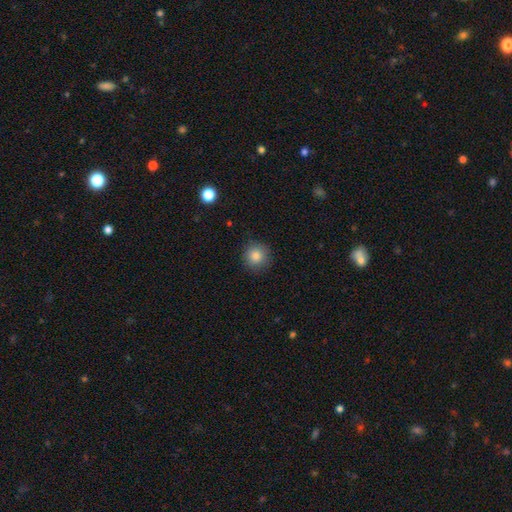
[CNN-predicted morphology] Smooth or featured?
  - smooth: 85% *
  - star or artifact: 10%
  - featured or disk: 5%
How rounded?
  - round: 93% *
  - in between: 6%
  - cigar-shaped: 1%
Merging?
  - none: 88% *
  - minor disturbance: 9%
  - major disturbance: 2%
  - merger: 1%